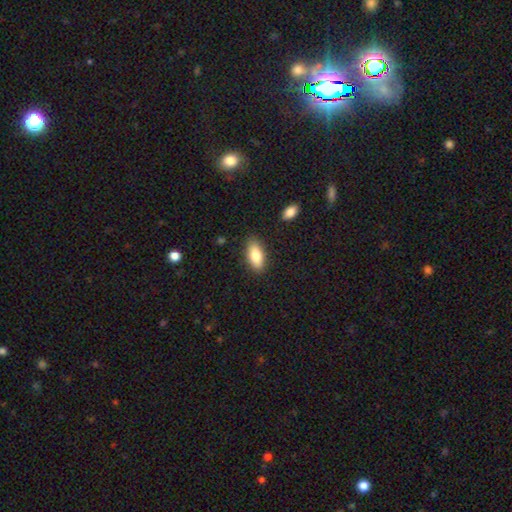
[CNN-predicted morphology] type=smooth (80%); roundness=in between (85%); merging=none (86%).